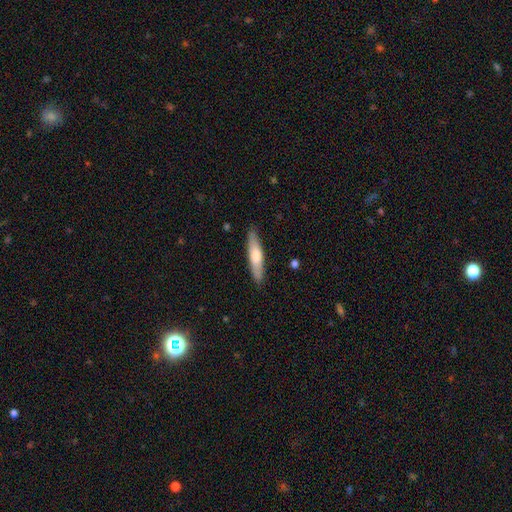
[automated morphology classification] Smooth or featured?
  - smooth: 64% *
  - featured or disk: 30%
  - star or artifact: 5%
How rounded?
  - cigar-shaped: 81% *
  - in between: 18%
  - round: 1%
Merging?
  - none: 88% *
  - minor disturbance: 9%
  - major disturbance: 2%
  - merger: 1%